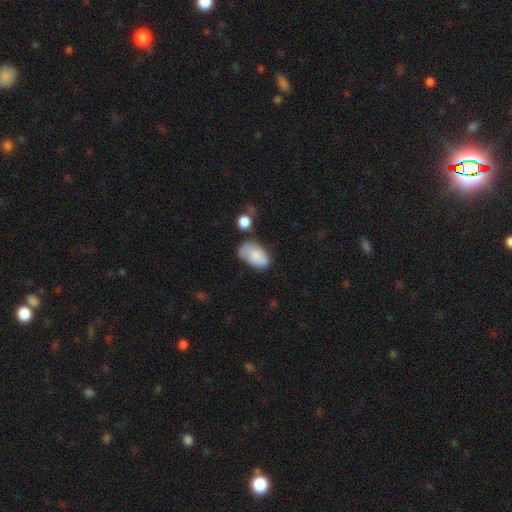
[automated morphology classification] type=smooth (78%); roundness=in between (91%); merging=none (45%).